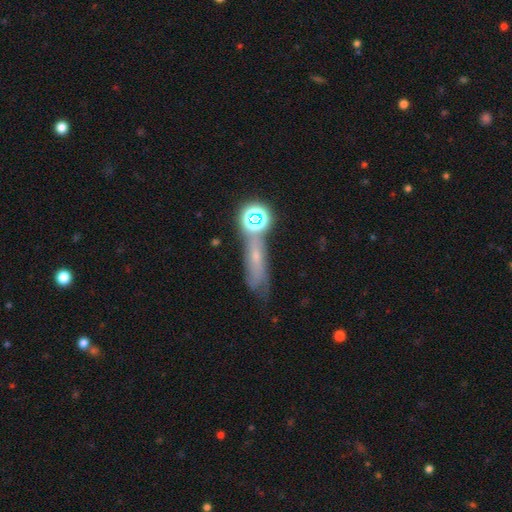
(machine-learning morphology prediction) type=smooth (44%); merging=none (43%).